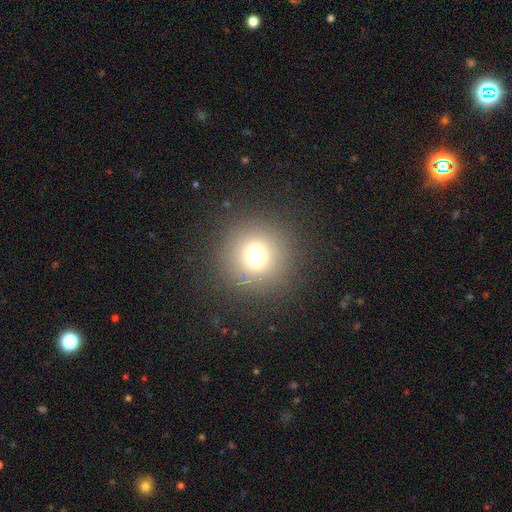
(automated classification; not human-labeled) Morphology: type=smooth (70%); roundness=round (94%); merging=none (88%).